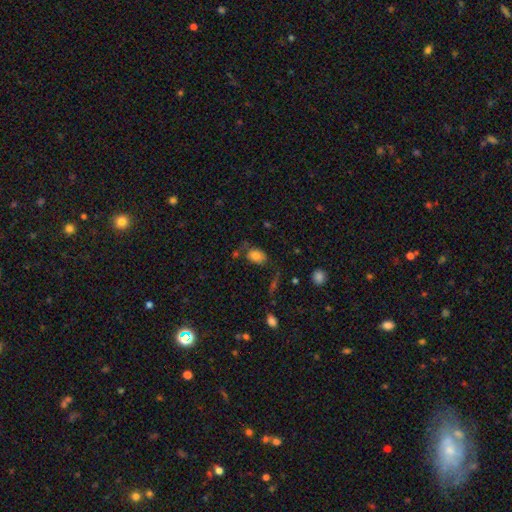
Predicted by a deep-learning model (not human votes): This appears to be a smooth galaxy with no disk features (78%) that is in between round and cigar-shaped (83%). Merging: none (55%).